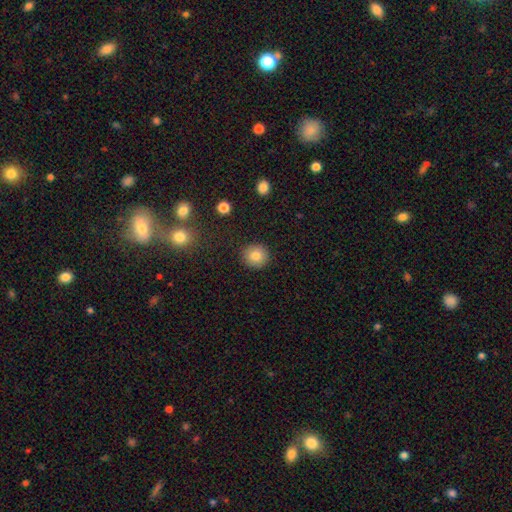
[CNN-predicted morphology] This is clearly a smooth galaxy (82%). How rounded: clearly round (91%). Merging: clearly none (91%).